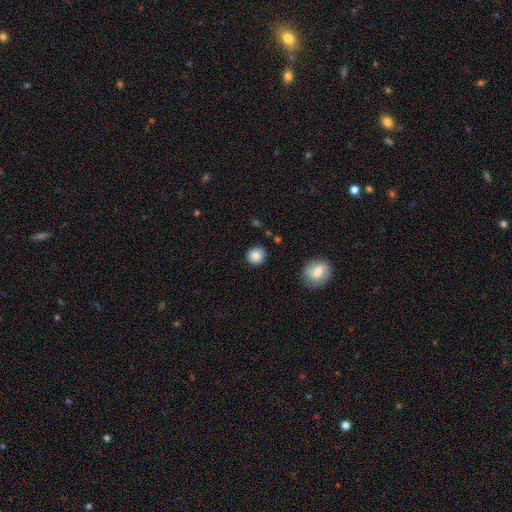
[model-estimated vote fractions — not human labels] smooth-or-featured: smooth: 85% | star or artifact: 9% | featured or disk: 6%
  how-rounded: round: 88% | in between: 11% | cigar-shaped: 1%
  merging: none: 86% | minor disturbance: 10% | major disturbance: 2% | merger: 2%